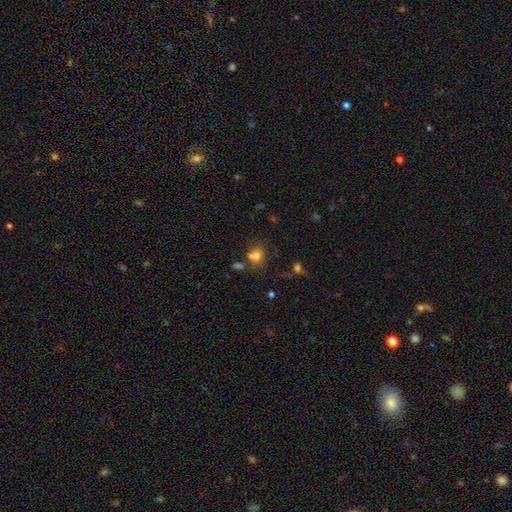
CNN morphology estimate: type=smooth (75%); roundness=round (73%); merging=none (59%).